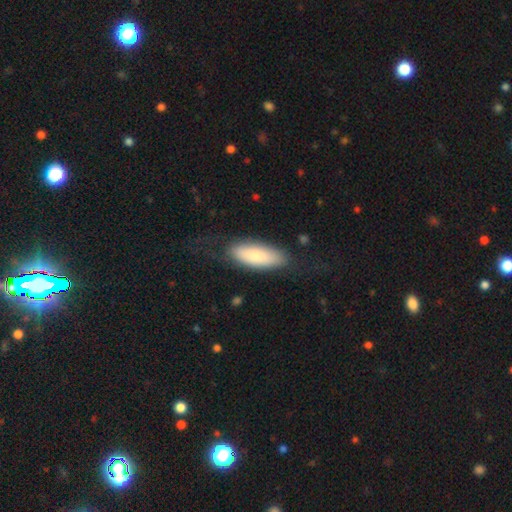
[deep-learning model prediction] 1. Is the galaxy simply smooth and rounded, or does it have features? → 82% smooth, 12% featured or disk, 5% star or artifact.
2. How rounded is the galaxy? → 72% in between, 27% cigar-shaped, 2% round.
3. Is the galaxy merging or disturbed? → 72% none, 18% minor disturbance, 9% major disturbance, 2% merger.